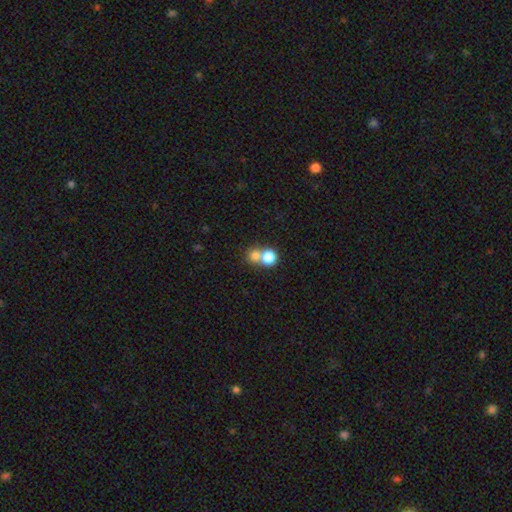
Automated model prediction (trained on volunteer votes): This appears to be a smooth galaxy with no disk features (77%) that is round (85%). Merging: merger (52%).